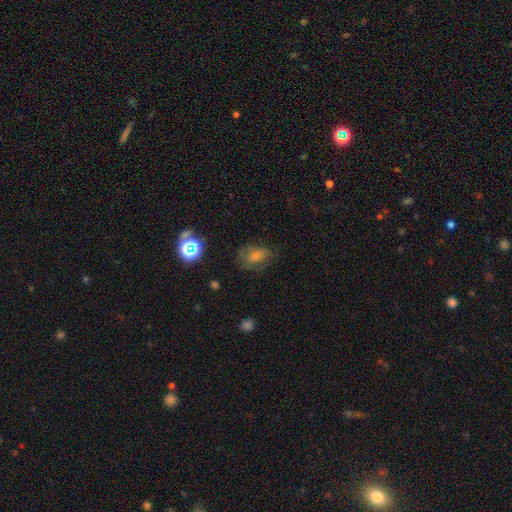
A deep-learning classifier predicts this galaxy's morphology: A smooth galaxy with no disk features (46%). Merging: none (67%).